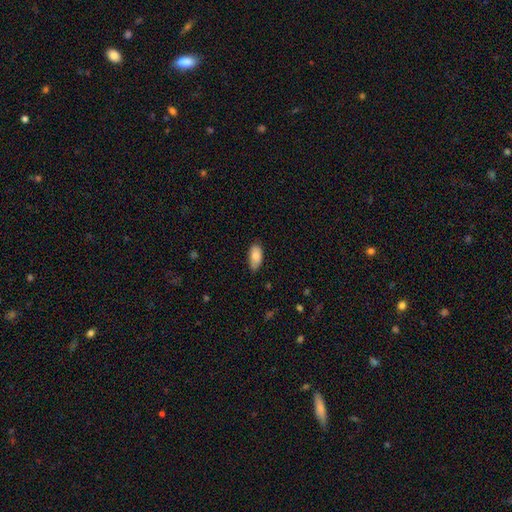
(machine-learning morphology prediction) A smooth galaxy with no disk features (84%) that is in between round and cigar-shaped (91%).

Vote fractions:
- Smooth or featured? smooth: 84% / featured or disk: 10% / star or artifact: 7%
- How rounded? in between: 91% / cigar-shaped: 6% / round: 2%
- Merging? none: 73% / minor disturbance: 22% / major disturbance: 4% / merger: 1%